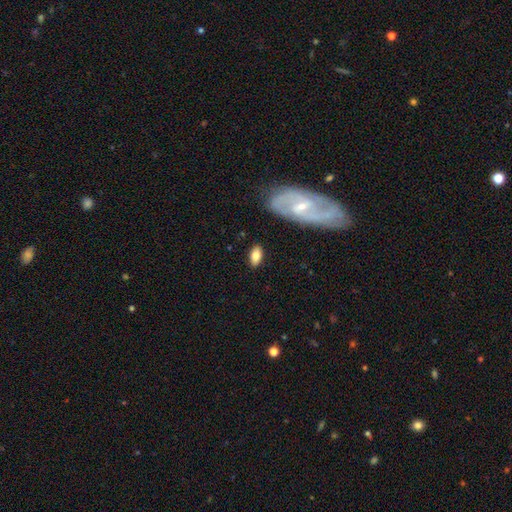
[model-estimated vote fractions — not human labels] smooth 74%, featured or disk 19%, star or artifact 7%. Down the decision tree: how rounded — in between (90%); merging — none (83%).